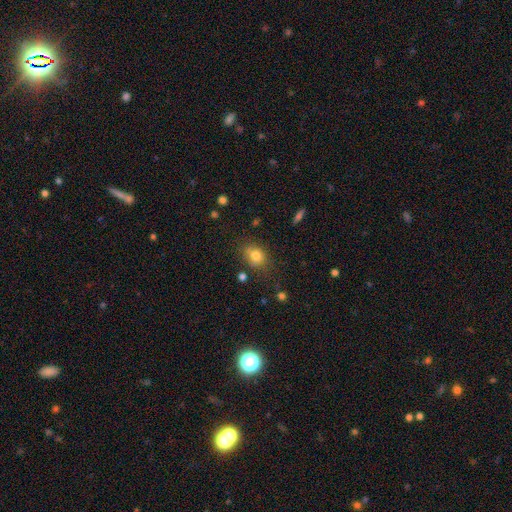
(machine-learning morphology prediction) The model was most divided on "how rounded": in between: 54%, round: 45%, cigar-shaped: 2%. More confident: smooth or featured — smooth (78%); merging — none (69%).